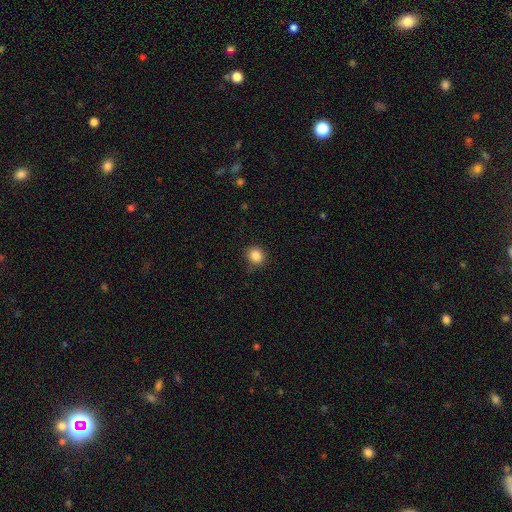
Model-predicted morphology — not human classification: A smooth galaxy with no disk features (86%) that is round (84%). Merging: none (82%).